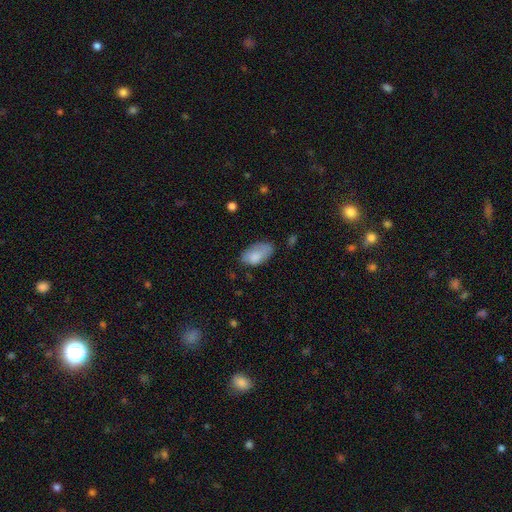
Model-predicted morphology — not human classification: smooth-or-featured: smooth: 79% | featured or disk: 14% | star or artifact: 7%
  how-rounded: in between: 94% | round: 4% | cigar-shaped: 2%
  merging: none: 57% | minor disturbance: 30% | major disturbance: 10% | merger: 2%